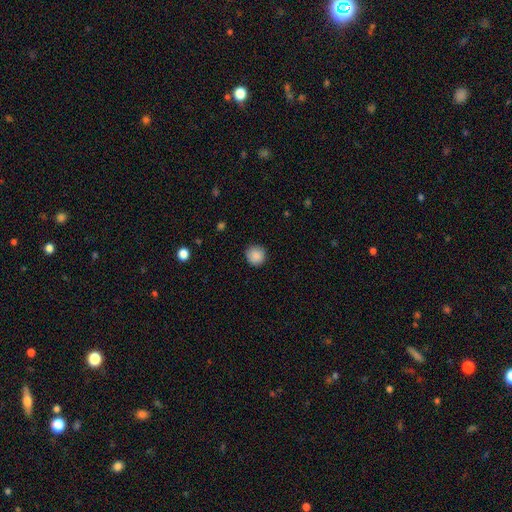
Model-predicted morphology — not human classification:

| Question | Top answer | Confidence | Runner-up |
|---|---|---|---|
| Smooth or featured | smooth | 88% | star or artifact (8%) |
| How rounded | round | 93% | in between (6%) |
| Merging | none | 88% | minor disturbance (9%) |